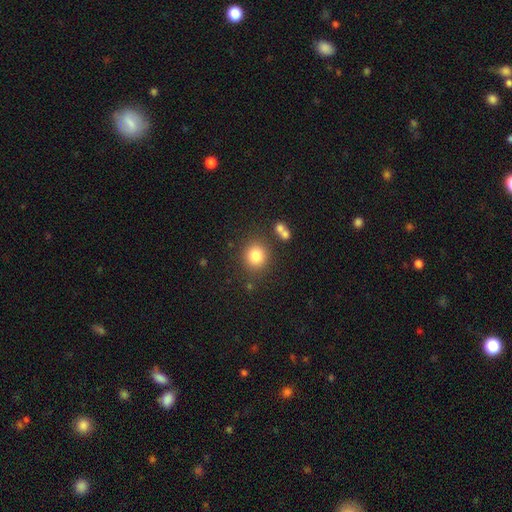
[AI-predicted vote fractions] This is clearly a smooth galaxy (81%). How rounded: clearly round (84%). Merging: clearly none (81%).